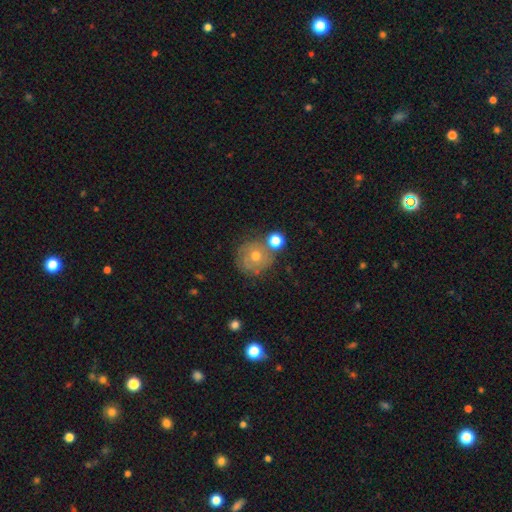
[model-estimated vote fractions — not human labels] Smooth or featured? smooth (52%)
How rounded? round (90%)
Merging? none (65%)